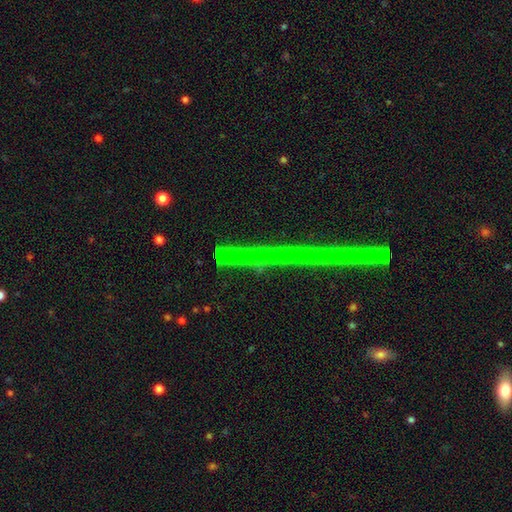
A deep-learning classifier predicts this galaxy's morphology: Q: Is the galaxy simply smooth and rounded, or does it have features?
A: featured or disk — 58%.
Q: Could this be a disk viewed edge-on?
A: yes — 96%.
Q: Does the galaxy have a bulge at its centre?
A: none — 90%.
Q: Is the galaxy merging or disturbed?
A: none — 90%.